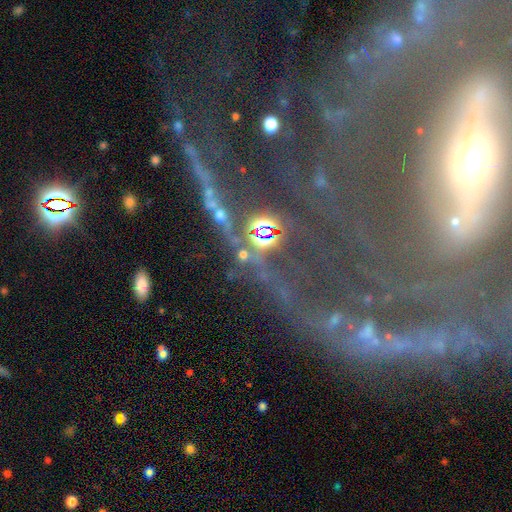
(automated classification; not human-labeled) featured or disk 58%, star or artifact 29%, smooth 13%. Down the decision tree: edge-on disk — no (68%); merging — none (65%).